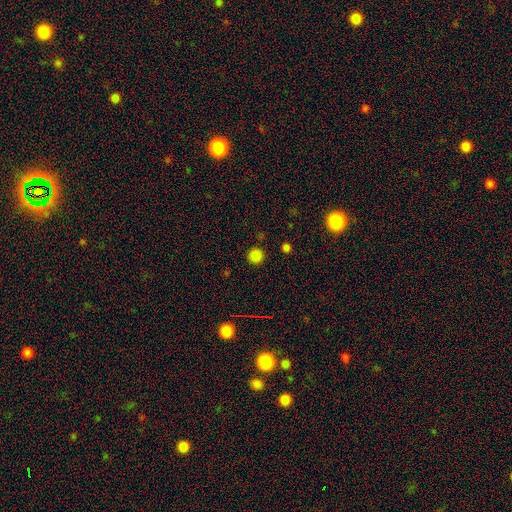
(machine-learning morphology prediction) A smooth galaxy with no disk features (81%) that is round (96%).

Vote fractions:
- Smooth or featured? smooth: 81% / star or artifact: 15% / featured or disk: 4%
- How rounded? round: 96% / in between: 3% / cigar-shaped: 1%
- Merging? none: 90% / minor disturbance: 6% / major disturbance: 2% / merger: 2%